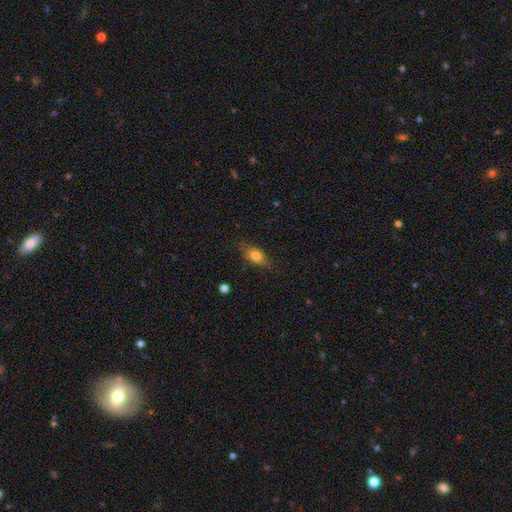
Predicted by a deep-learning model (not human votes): A smooth galaxy with no disk features (67%) that is in between round and cigar-shaped (74%).

Vote fractions:
- Smooth or featured? smooth: 67% / featured or disk: 23% / star or artifact: 9%
- How rounded? in between: 74% / cigar-shaped: 17% / round: 10%
- Merging? none: 75% / minor disturbance: 19% / major disturbance: 5% / merger: 1%